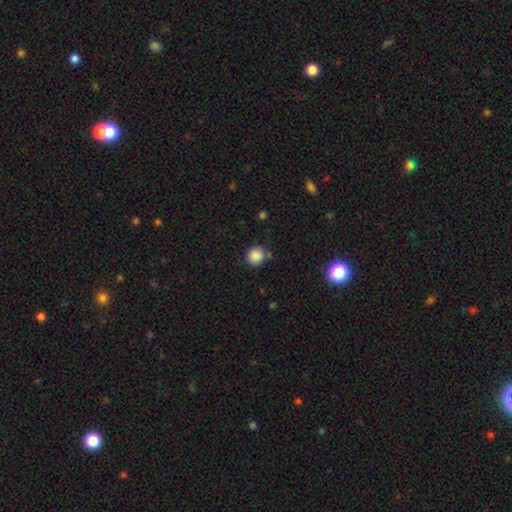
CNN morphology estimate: This is clearly a smooth galaxy (86%). How rounded: clearly round (90%). Merging: likely none (79%).